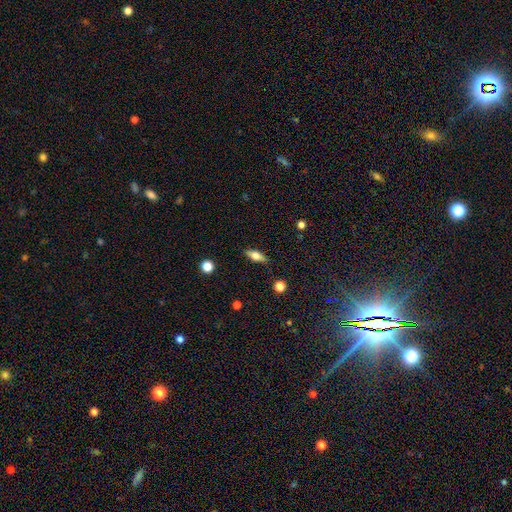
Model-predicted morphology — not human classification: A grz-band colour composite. It shows a smooth galaxy with no disk features (60%) that is in between round and cigar-shaped (63%). Merging: none (87%).